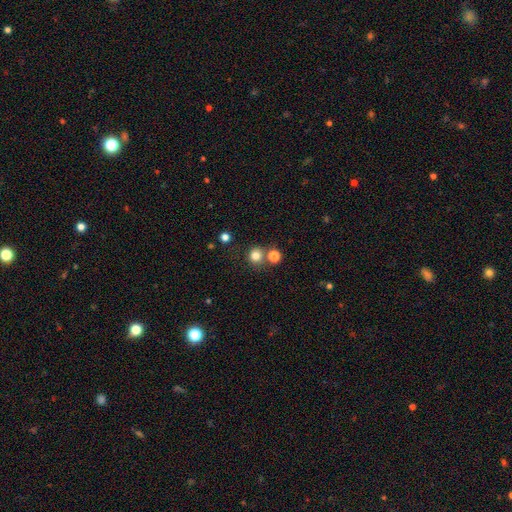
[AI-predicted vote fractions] Smooth or featured? Predicted: smooth (p=0.79). How rounded? Predicted: round (p=0.91). Merging? Predicted: none (p=0.71).